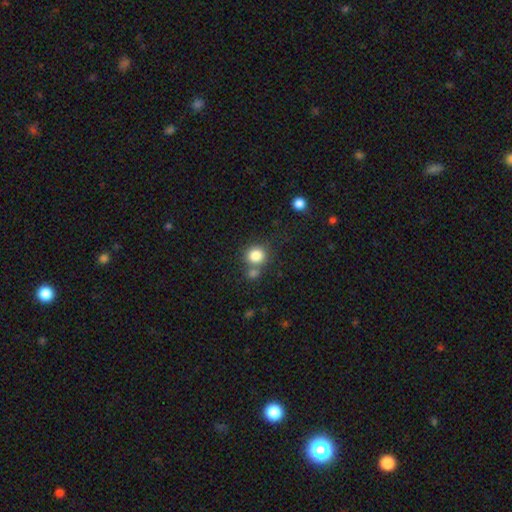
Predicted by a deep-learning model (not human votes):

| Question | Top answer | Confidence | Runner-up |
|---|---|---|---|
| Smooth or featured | smooth | 83% | star or artifact (11%) |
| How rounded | round | 84% | in between (15%) |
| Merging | none | 61% | merger (25%) |